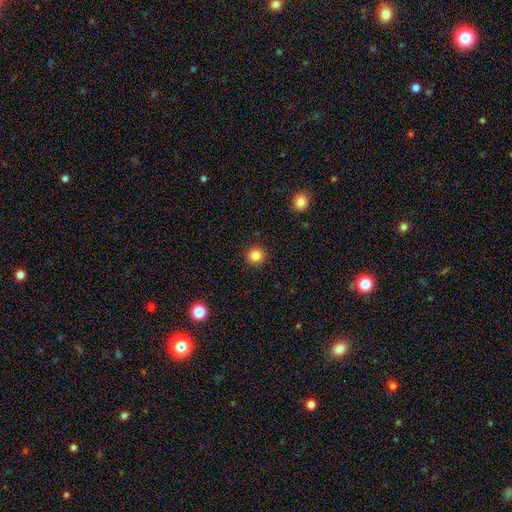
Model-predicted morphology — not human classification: Overall: smooth (85%). How rounded: round (93%). Merging: none (92%).